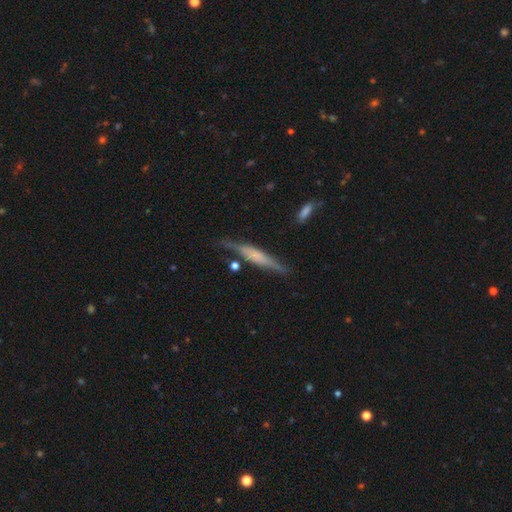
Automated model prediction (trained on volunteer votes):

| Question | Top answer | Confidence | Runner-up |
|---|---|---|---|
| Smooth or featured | featured or disk | 57% | smooth (36%) |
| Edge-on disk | yes | 94% | no (6%) |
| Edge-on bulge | boxy | 38% | rounded (36%) |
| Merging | none | 70% | minor disturbance (20%) |